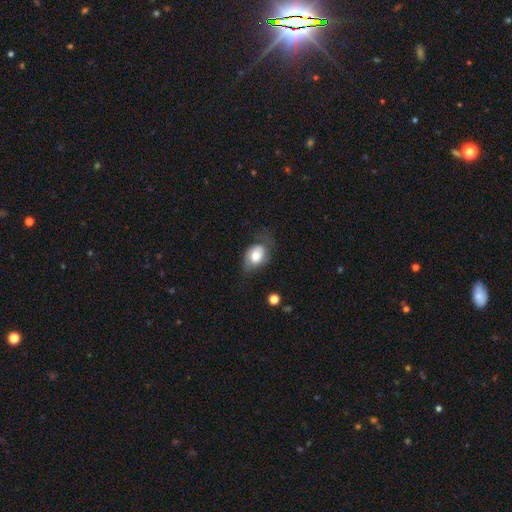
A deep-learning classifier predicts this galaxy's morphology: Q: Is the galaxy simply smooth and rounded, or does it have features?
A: smooth — 64%.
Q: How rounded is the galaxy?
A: in between — 77%.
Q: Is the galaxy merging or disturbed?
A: none — 46%.